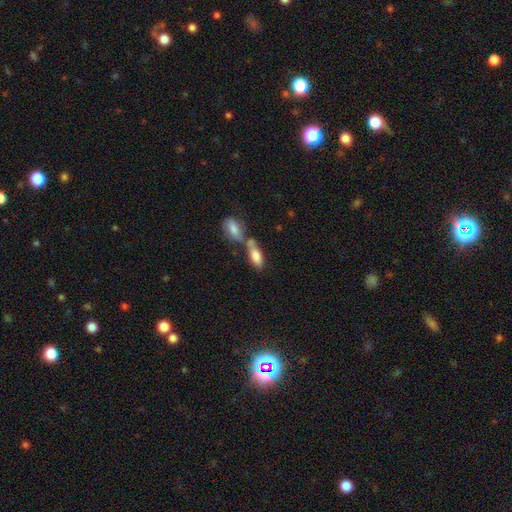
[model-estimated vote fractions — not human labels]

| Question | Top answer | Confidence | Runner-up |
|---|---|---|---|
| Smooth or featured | smooth | 81% | featured or disk (12%) |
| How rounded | in between | 83% | cigar-shaped (14%) |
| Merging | merger | 52% | none (33%) |